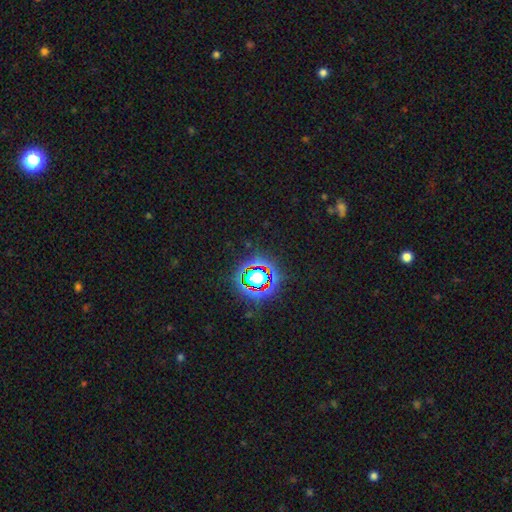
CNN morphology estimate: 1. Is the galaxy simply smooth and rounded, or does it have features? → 79% star or artifact, 12% smooth, 9% featured or disk.